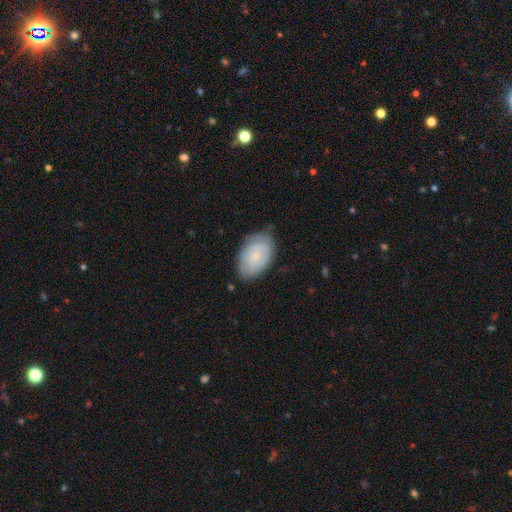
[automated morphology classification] smooth-or-featured: smooth: 54% | featured or disk: 40% | star or artifact: 7%
  how-rounded: in between: 91% | round: 8% | cigar-shaped: 1%
  merging: none: 73% | minor disturbance: 21% | major disturbance: 4% | merger: 1%